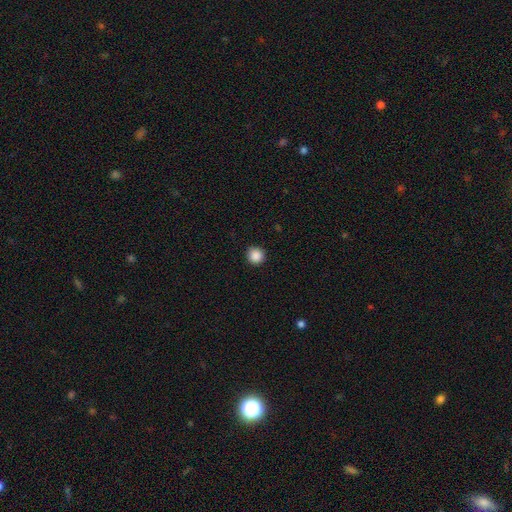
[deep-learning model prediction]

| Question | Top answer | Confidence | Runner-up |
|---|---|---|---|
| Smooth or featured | smooth | 88% | star or artifact (10%) |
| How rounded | round | 95% | in between (4%) |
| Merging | none | 92% | minor disturbance (6%) |